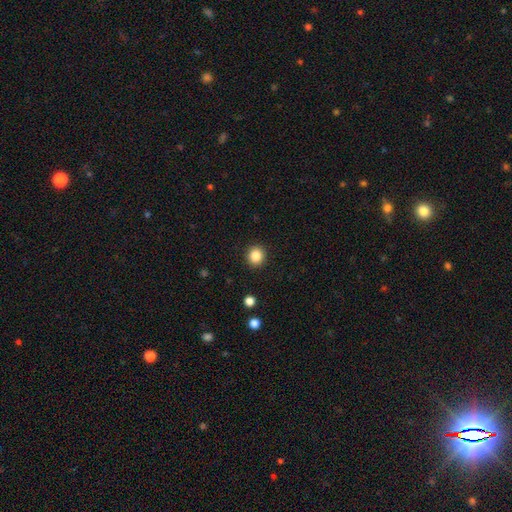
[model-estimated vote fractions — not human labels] Smooth or featured: smooth — 86% (star or artifact — 10%)
How rounded: round — 89% (in between — 10%)
Merging: none — 92% (minor disturbance — 5%)